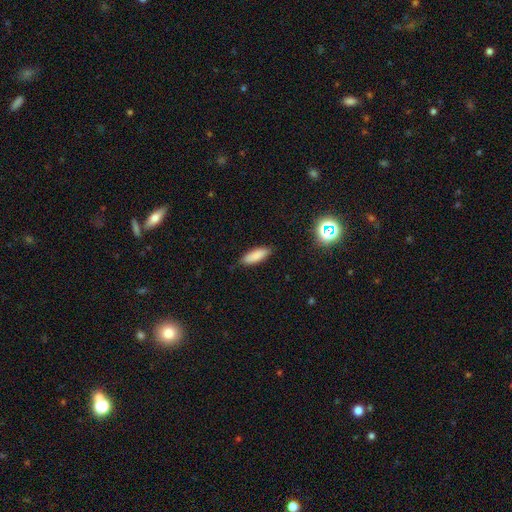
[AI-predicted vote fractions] The model was most divided on "how rounded": in between: 64%, cigar-shaped: 34%, round: 2%. More confident: smooth or featured — smooth (86%); merging — none (83%).